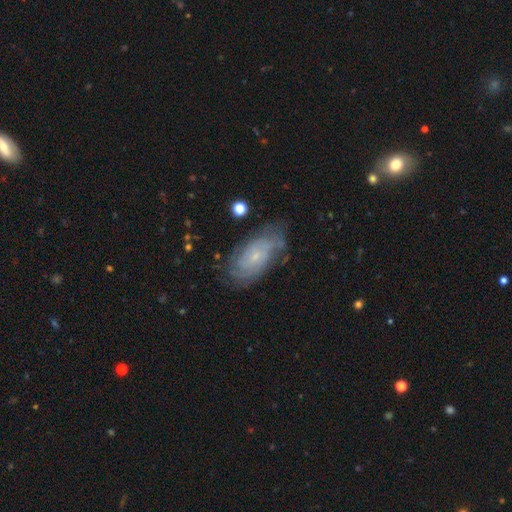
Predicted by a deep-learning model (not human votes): Q: Smooth or featured?
A: featured or disk (71%); runner-up: smooth (21%)
Q: Edge-on disk?
A: no (94%); runner-up: yes (6%)
Q: Bar?
A: no (72%); runner-up: weak (23%)
Q: Spiral arms?
A: yes (88%); runner-up: no (12%)
Q: Spiral winding?
A: tight (66%); runner-up: medium (26%)
Q: Spiral arm count?
A: can't tell (50%); runner-up: 2 (22%)
Q: Bulge size?
A: small (79%); runner-up: moderate (15%)
Q: Merging?
A: none (67%); runner-up: minor disturbance (22%)